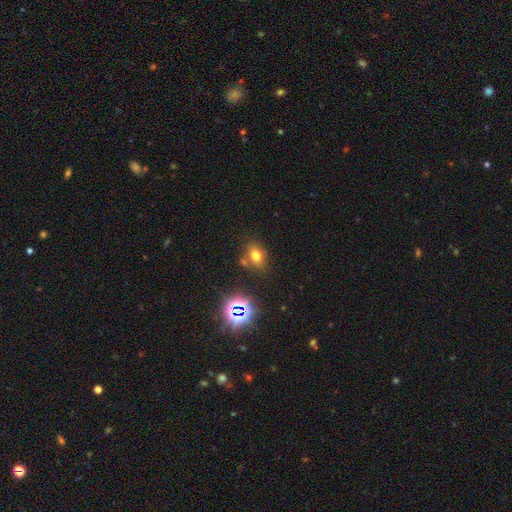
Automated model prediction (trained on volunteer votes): This is likely a smooth galaxy (67%). How rounded: likely in between (67%). Merging: likely none (71%).